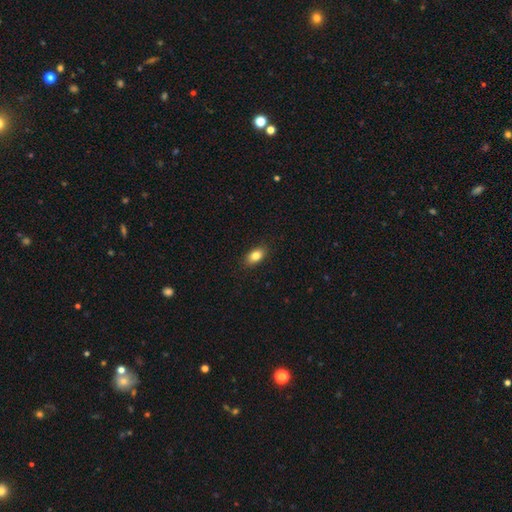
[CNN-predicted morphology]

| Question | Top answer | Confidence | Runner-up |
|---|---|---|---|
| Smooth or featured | smooth | 83% | featured or disk (8%) |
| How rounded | in between | 88% | round (9%) |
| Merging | none | 88% | minor disturbance (9%) |